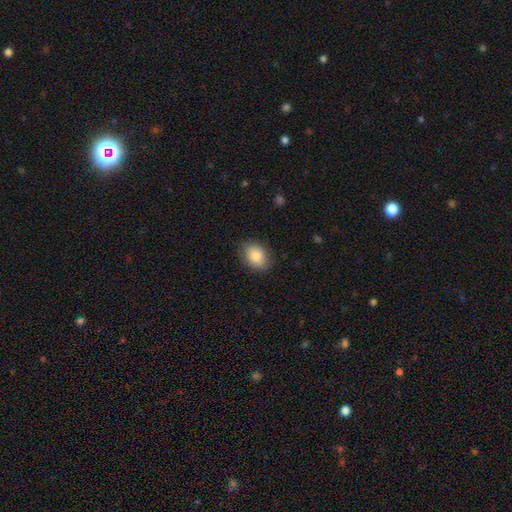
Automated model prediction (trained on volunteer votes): Smooth or featured?
  - smooth: 86% *
  - star or artifact: 7%
  - featured or disk: 7%
How rounded?
  - in between: 65% *
  - round: 34%
  - cigar-shaped: 1%
Merging?
  - none: 83% *
  - minor disturbance: 12%
  - major disturbance: 3%
  - merger: 1%